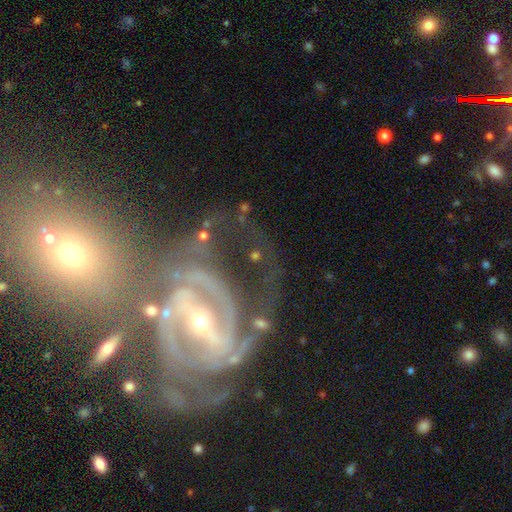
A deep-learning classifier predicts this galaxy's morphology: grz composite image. It shows a featured or disk galaxy (85%) with a strong bar (57%), 2 (49%) tight (48%) spiral arms (94%) and a small central bulge (74%). Merging: none (51%).